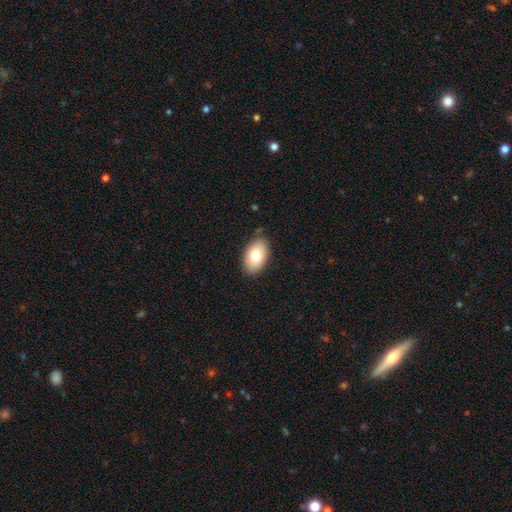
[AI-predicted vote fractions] The model was most divided on "smooth or featured": smooth: 75%, featured or disk: 17%, star or artifact: 7%. More confident: how rounded — in between (90%); merging — none (82%).